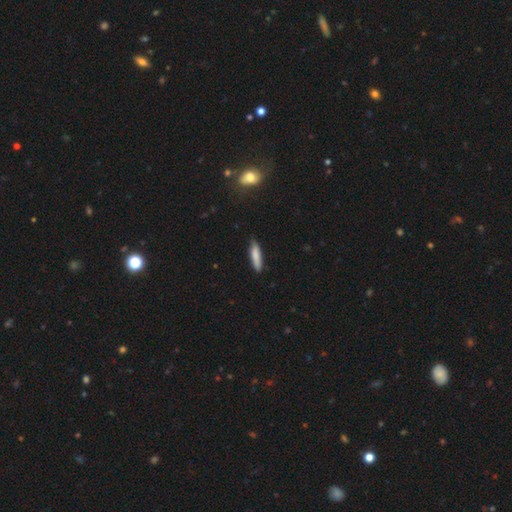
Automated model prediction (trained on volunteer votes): Q: Smooth or featured?
A: smooth (81%); runner-up: featured or disk (13%)
Q: How rounded?
A: cigar-shaped (81%); runner-up: in between (17%)
Q: Merging?
A: none (80%); runner-up: minor disturbance (16%)